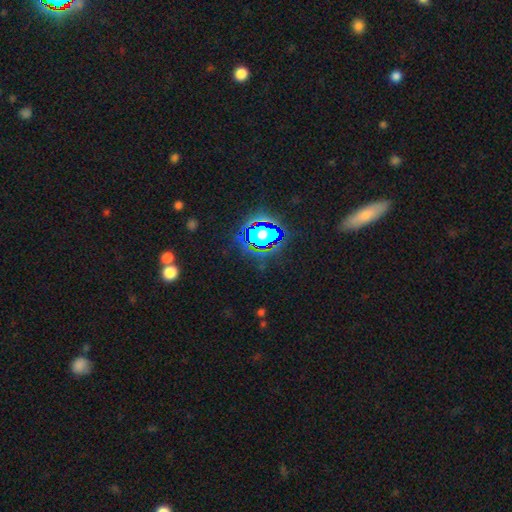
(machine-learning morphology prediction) A star or artifact, not a galaxy (73%).